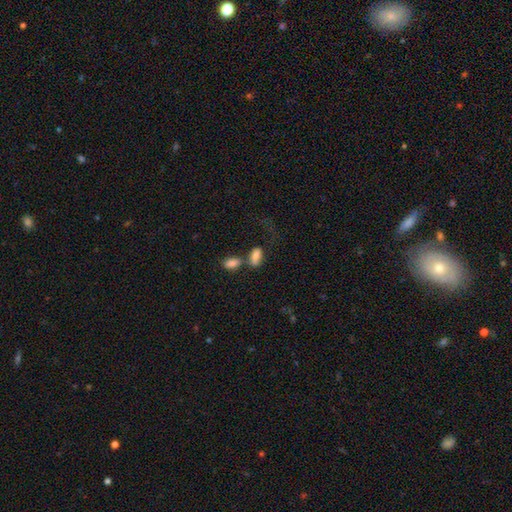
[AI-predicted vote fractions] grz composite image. It shows a smooth galaxy with no disk features (81%) that is in between round and cigar-shaped (88%). Merging: merger (44%).